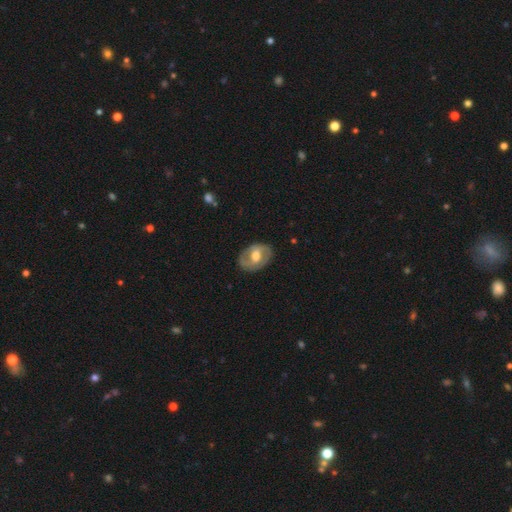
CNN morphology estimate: Smooth or featured?
  - featured or disk: 64% *
  - smooth: 31%
  - star or artifact: 5%
Edge-on disk?
  - no: 95% *
  - yes: 5%
Bar?
  - no: 44% *
  - weak: 41%
  - strong: 16%
Spiral arms?
  - yes: 60% *
  - no: 40%
Bulge size?
  - moderate: 60% *
  - large: 29%
  - small: 8%
  - none: 2%
  - dominant: 2%
Merging?
  - none: 80% *
  - minor disturbance: 14%
  - major disturbance: 5%
  - merger: 1%